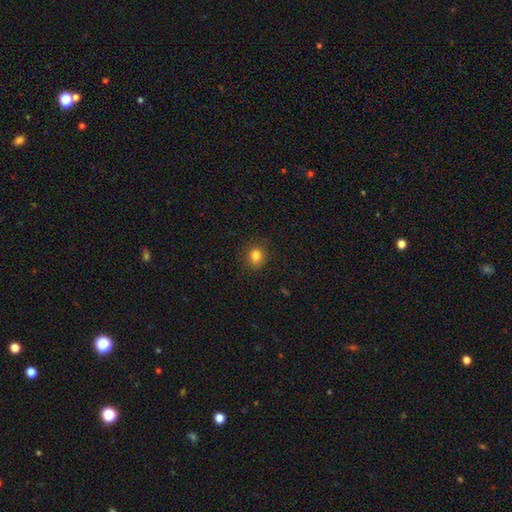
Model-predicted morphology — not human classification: This is clearly a smooth galaxy (81%). How rounded: likely round (65%). Merging: clearly none (86%).